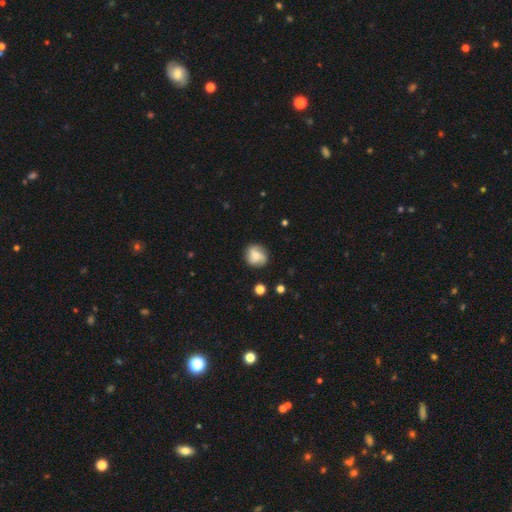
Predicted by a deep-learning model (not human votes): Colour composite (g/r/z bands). It shows a smooth galaxy with no disk features (48%). Merging: none (78%).